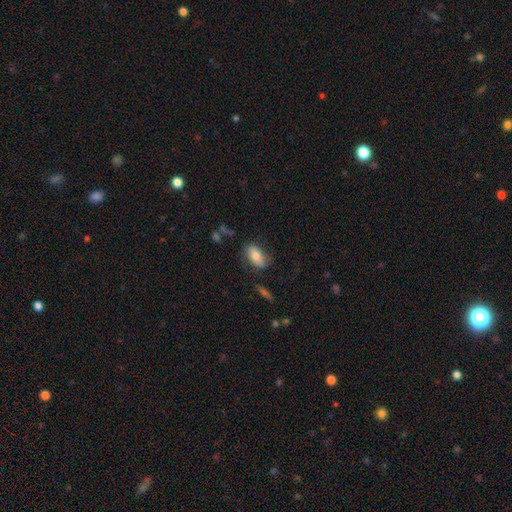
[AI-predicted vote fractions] A smooth galaxy with no disk features (73%) that is in between round and cigar-shaped (90%).

Vote fractions:
- Smooth or featured? smooth: 73% / featured or disk: 20% / star or artifact: 7%
- How rounded? in between: 90% / round: 6% / cigar-shaped: 4%
- Merging? none: 68% / minor disturbance: 22% / major disturbance: 7% / merger: 2%